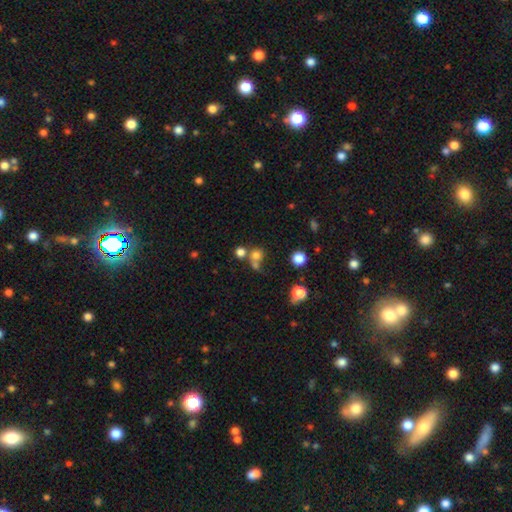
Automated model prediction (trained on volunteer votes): A smooth galaxy with no disk features (72%) that is round (87%).

Vote fractions:
- Smooth or featured? smooth: 72% / star or artifact: 18% / featured or disk: 10%
- How rounded? round: 87% / in between: 12% / cigar-shaped: 1%
- Merging? none: 50% / merger: 37% / minor disturbance: 8% / major disturbance: 5%